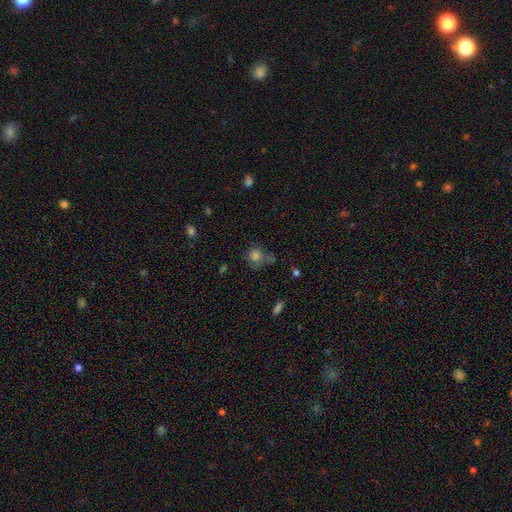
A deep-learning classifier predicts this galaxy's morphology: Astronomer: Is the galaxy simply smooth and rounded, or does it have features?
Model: smooth — 74%.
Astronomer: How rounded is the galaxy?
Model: round — 81%.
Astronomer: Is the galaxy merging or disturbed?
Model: none — 59%.